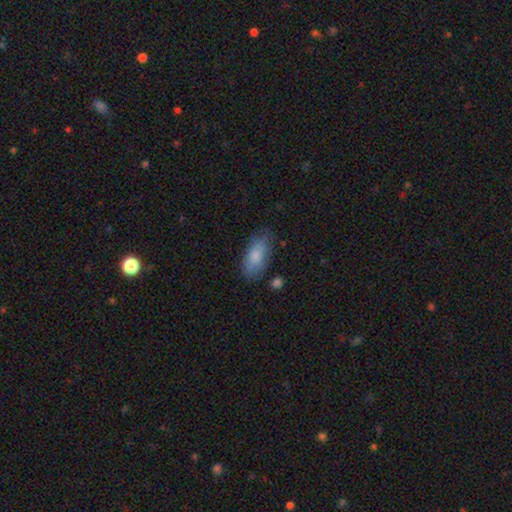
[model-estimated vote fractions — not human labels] Overall: smooth (81%). How rounded: in between (88%). Merging: none (71%).